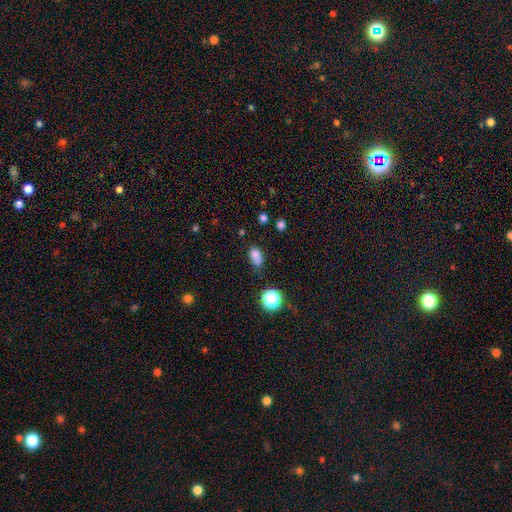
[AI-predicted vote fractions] Smooth or featured? Predicted: smooth (p=0.77). How rounded? Predicted: in between (p=0.73). Merging? Predicted: none (p=0.46).